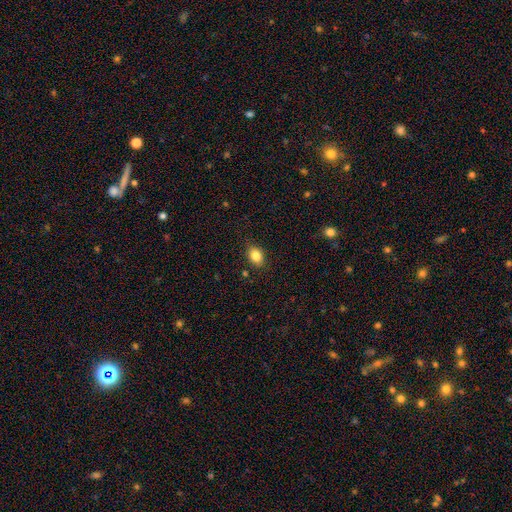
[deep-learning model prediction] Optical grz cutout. It shows a smooth galaxy with no disk features (84%) that is in between round and cigar-shaped (71%). Merging: none (85%).